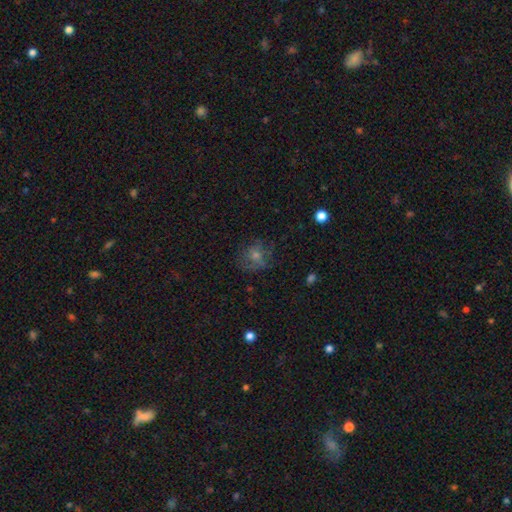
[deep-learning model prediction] A smooth galaxy with no disk features (48%). Merging: none (64%).